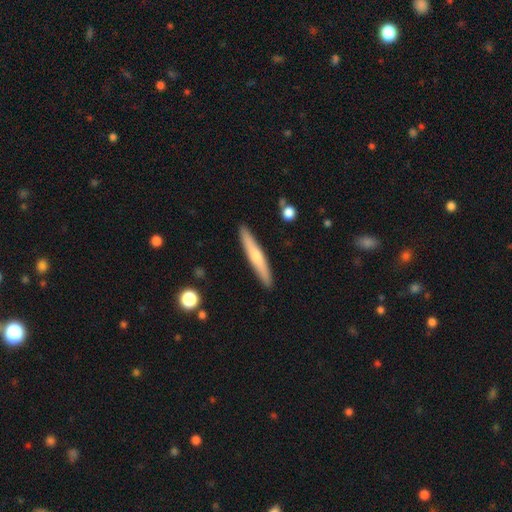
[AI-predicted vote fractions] smooth 52%, featured or disk 42%, star or artifact 5%. Down the decision tree: how rounded — cigar-shaped (94%); merging — none (91%).